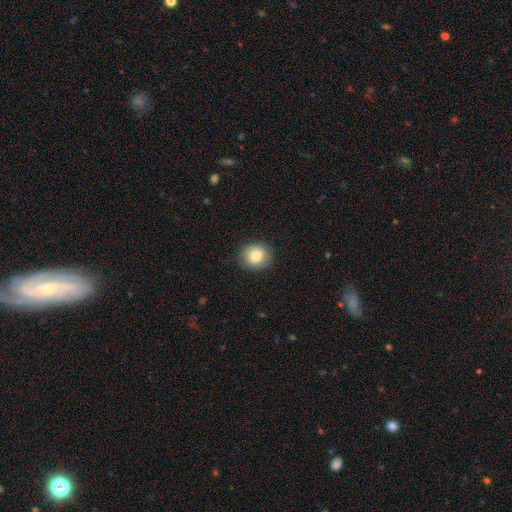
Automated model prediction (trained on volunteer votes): A smooth galaxy with no disk features (83%) that is round (79%).

Vote fractions:
- Smooth or featured? smooth: 83% / star or artifact: 9% / featured or disk: 8%
- How rounded? round: 79% / in between: 20% / cigar-shaped: 1%
- Merging? none: 87% / minor disturbance: 10% / major disturbance: 3% / merger: 1%